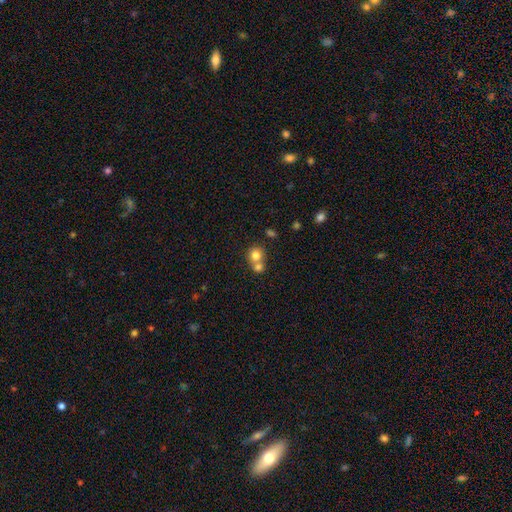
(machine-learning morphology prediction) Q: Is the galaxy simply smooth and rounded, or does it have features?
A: smooth — 78%.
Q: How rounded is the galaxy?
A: round — 85%.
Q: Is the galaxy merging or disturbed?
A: merger — 52%.